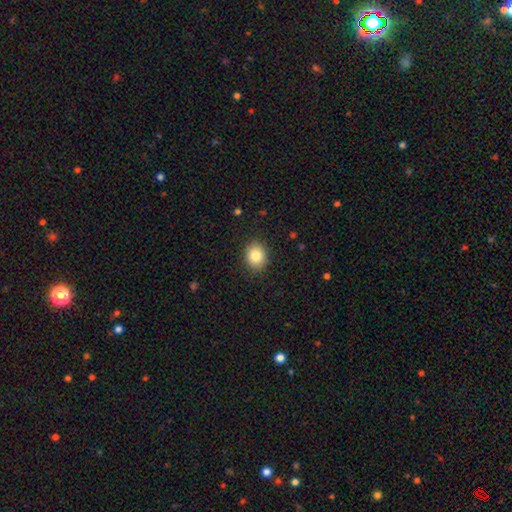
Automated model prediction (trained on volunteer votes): Smooth or featured? smooth (84%)
How rounded? round (65%)
Merging? none (89%)